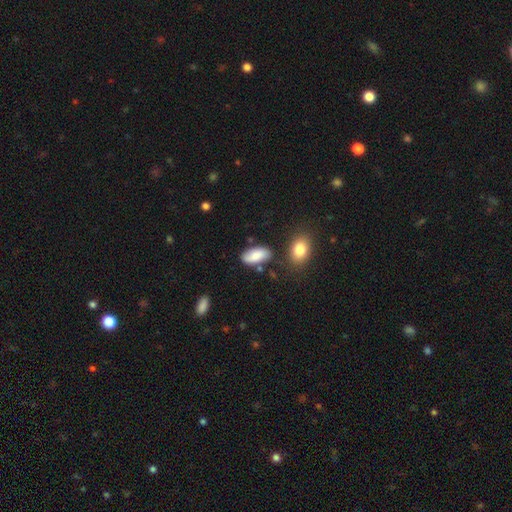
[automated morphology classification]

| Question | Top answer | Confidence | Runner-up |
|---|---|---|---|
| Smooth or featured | smooth | 76% | featured or disk (16%) |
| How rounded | in between | 92% | cigar-shaped (5%) |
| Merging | none | 70% | minor disturbance (19%) |